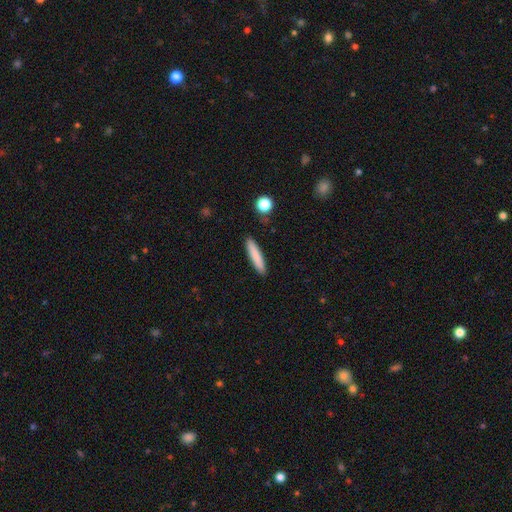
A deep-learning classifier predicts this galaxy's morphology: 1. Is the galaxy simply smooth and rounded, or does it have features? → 83% smooth, 11% featured or disk, 7% star or artifact.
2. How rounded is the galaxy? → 89% cigar-shaped, 10% in between, 1% round.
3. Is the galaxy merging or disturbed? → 89% none, 7% minor disturbance, 2% major disturbance, 2% merger.